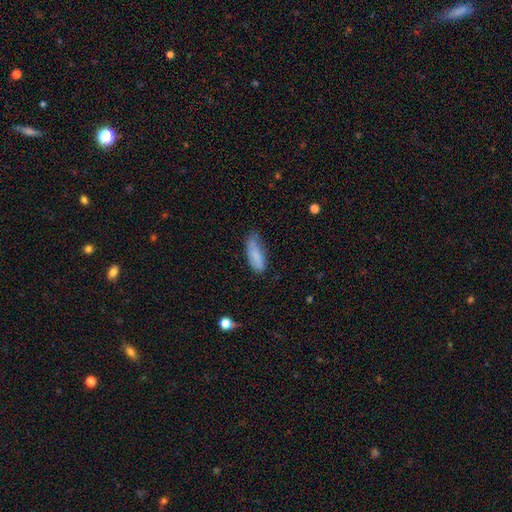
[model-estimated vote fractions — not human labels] smooth-or-featured: smooth: 80% | featured or disk: 13% | star or artifact: 7%
  how-rounded: in between: 69% | cigar-shaped: 29% | round: 2%
  merging: none: 53% | minor disturbance: 36% | major disturbance: 9% | merger: 3%